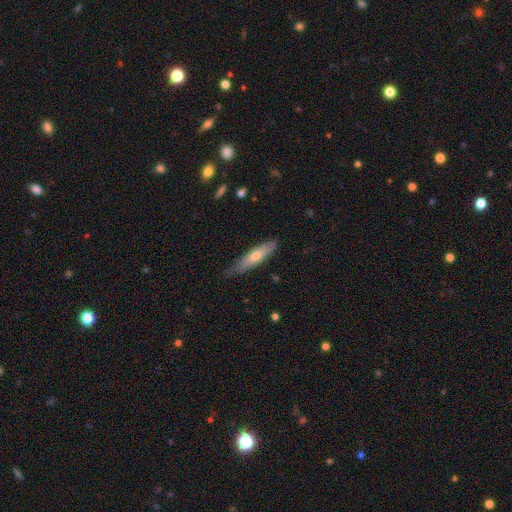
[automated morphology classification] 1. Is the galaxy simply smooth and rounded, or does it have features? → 53% smooth, 41% featured or disk, 7% star or artifact.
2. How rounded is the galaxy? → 77% cigar-shaped, 21% in between, 2% round.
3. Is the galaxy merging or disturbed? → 73% none, 22% minor disturbance, 3% major disturbance, 1% merger.